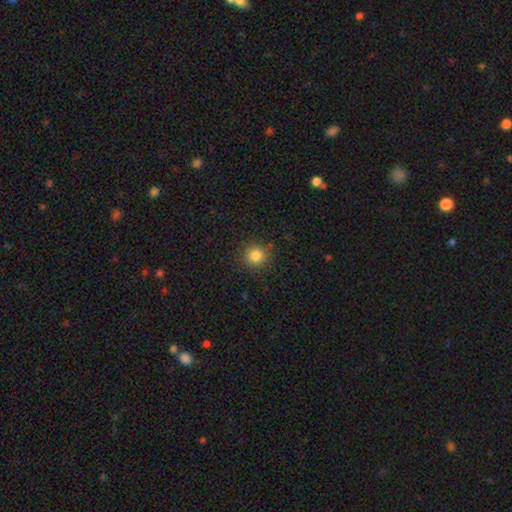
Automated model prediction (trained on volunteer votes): Smooth or featured: smooth — 83% (star or artifact — 12%)
How rounded: round — 93% (in between — 6%)
Merging: none — 89% (minor disturbance — 7%)